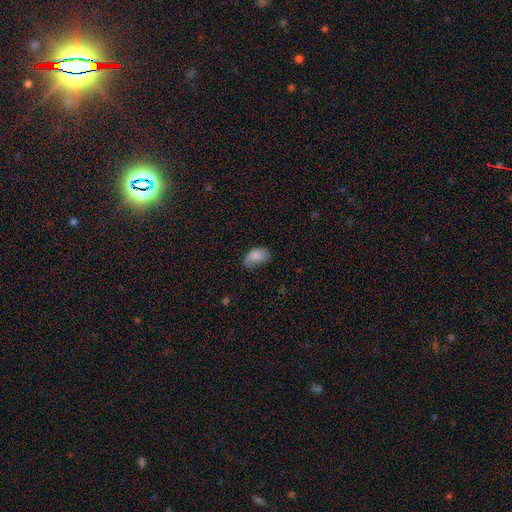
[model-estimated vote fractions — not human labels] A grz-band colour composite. It shows a smooth galaxy with no disk features (83%) that is in between round and cigar-shaped (92%). Merging: none (48%).